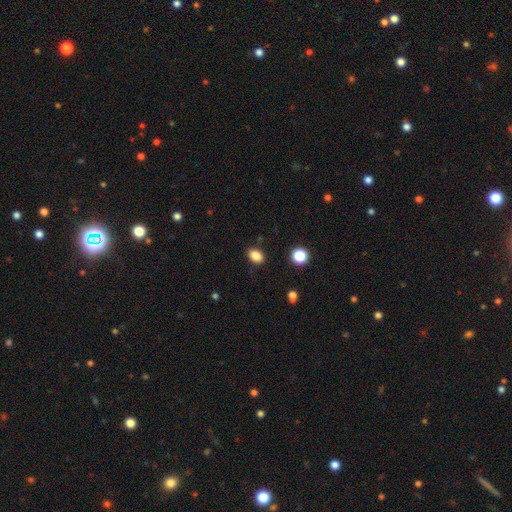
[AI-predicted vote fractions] Overall: smooth (85%). How rounded: in between (74%). Merging: none (87%).